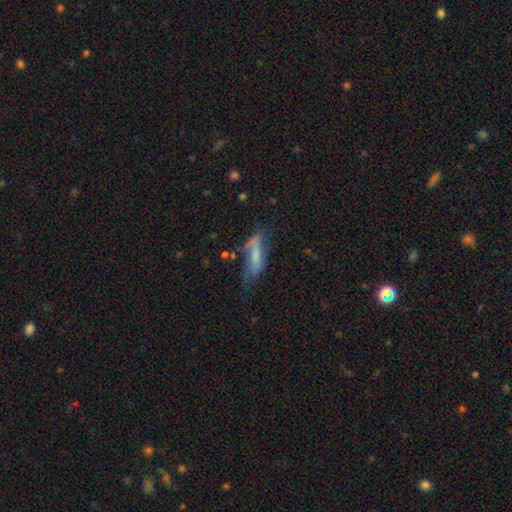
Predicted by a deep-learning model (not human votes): smooth-or-featured: smooth: 49% | featured or disk: 40% | star or artifact: 11%
  merging: none: 36% | minor disturbance: 30% | major disturbance: 27% | merger: 7%